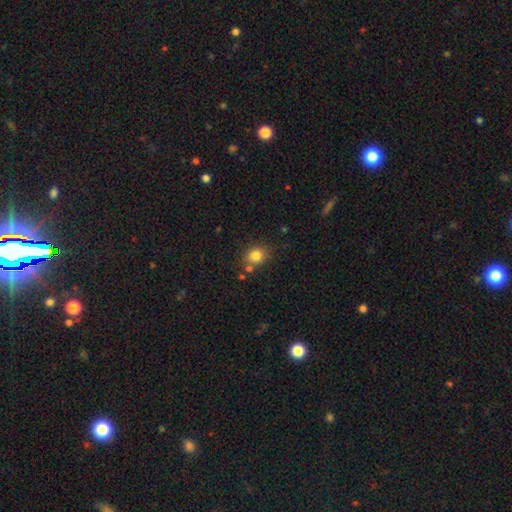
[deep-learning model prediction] Smooth or featured? Predicted: smooth (p=0.82). How rounded? Predicted: round (p=0.74). Merging? Predicted: none (p=0.76).